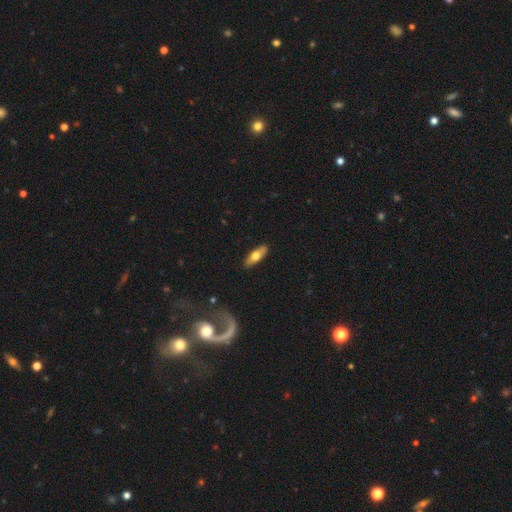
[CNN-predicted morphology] This appears to be a smooth galaxy with no disk features (56%) that is in between round and cigar-shaped (55%). Merging: none (87%).